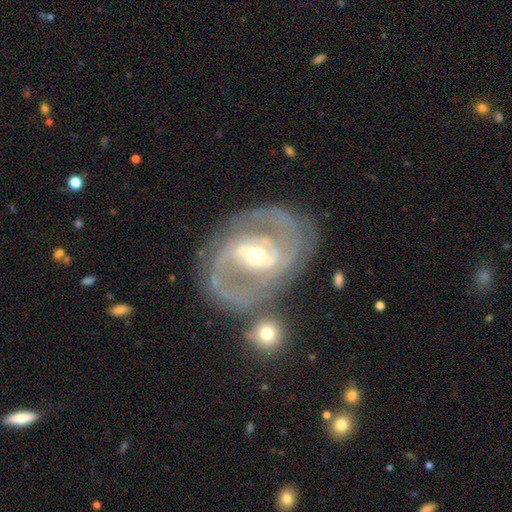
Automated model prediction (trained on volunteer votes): This is clearly a featured or disk galaxy (90%). It is clearly not viewed edge-on (97%). Bar: marginally weak (41%). Spiral arm pattern: clearly yes (94%). Spiral arm count: likely 2 (77%). Spiral winding: possibly medium (47%). Central bulge: likely moderate (66%). Merging: likely none (67%).